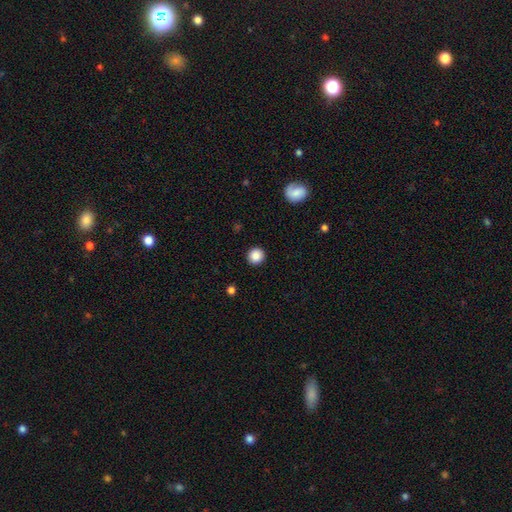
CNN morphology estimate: Overall: smooth (88%). How rounded: round (94%). Merging: none (92%).